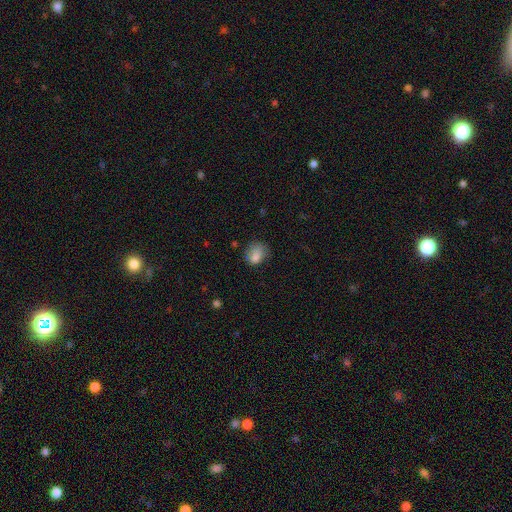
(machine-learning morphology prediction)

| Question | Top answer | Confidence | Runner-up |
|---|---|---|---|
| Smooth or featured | smooth | 81% | star or artifact (10%) |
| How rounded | in between | 57% | round (42%) |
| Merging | none | 55% | minor disturbance (29%) |